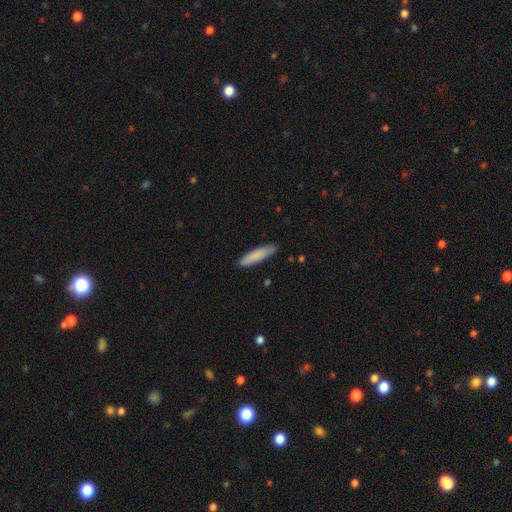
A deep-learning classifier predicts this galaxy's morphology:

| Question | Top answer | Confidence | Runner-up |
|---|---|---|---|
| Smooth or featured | smooth | 84% | featured or disk (11%) |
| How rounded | cigar-shaped | 82% | in between (17%) |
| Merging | none | 87% | minor disturbance (10%) |